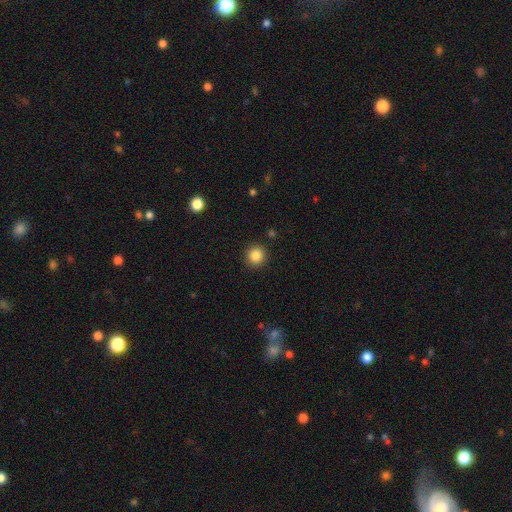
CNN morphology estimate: A smooth galaxy with no disk features (86%) that is round (94%). Merging: none (91%).